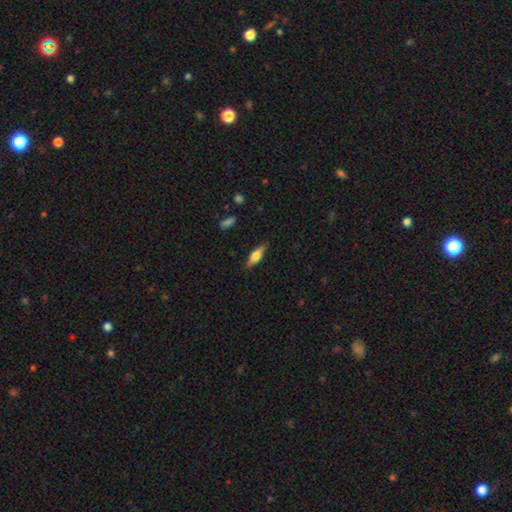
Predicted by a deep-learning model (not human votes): This appears to be a smooth galaxy with no disk features (54%) that is cigar-shaped (52%). Merging: none (84%).